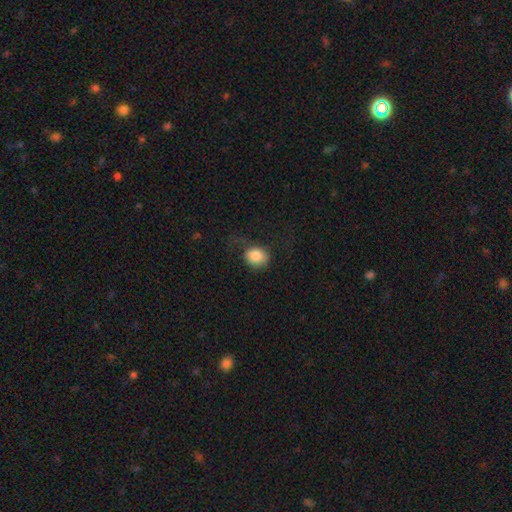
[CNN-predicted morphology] Smooth or featured: smooth — 84% (star or artifact — 8%)
How rounded: round — 63% (in between — 36%)
Merging: none — 56% (minor disturbance — 25%)